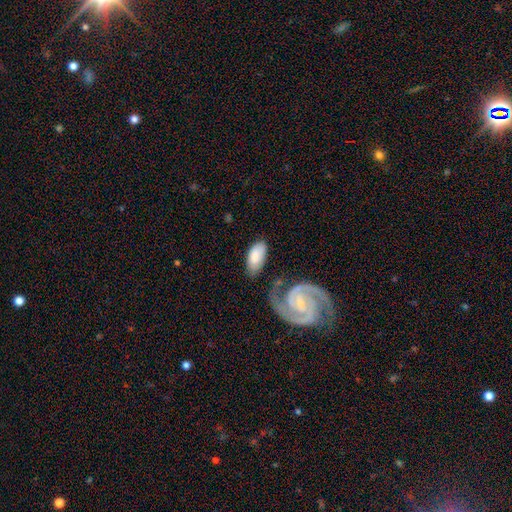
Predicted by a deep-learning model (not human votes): Smooth or featured? Predicted: smooth (p=0.74). How rounded? Predicted: in between (p=0.93). Merging? Predicted: none (p=0.59).